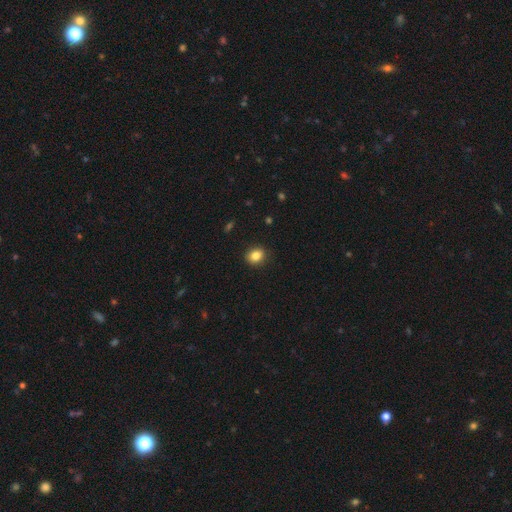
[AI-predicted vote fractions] Overall: smooth (85%). How rounded: round (57%; in between 42%). Merging: none (90%).